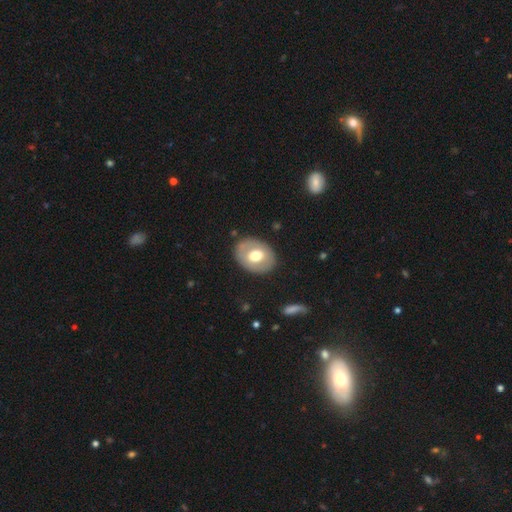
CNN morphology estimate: This is possibly a smooth galaxy (55%). How rounded: likely in between (65%). Merging: clearly none (83%).